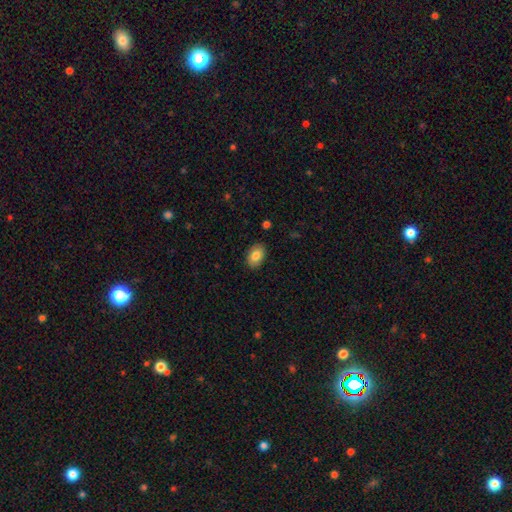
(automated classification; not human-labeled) A smooth galaxy with no disk features (84%) that is in between round and cigar-shaped (86%). Merging: none (88%).